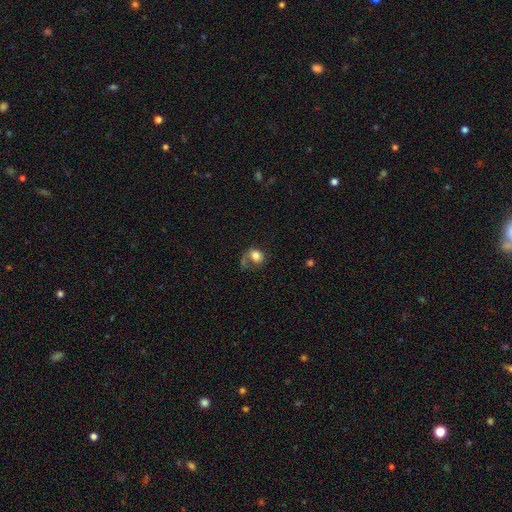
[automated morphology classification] This is likely a smooth galaxy (71%). How rounded: possibly round (57%). Merging: marginally major disturbance (36%).